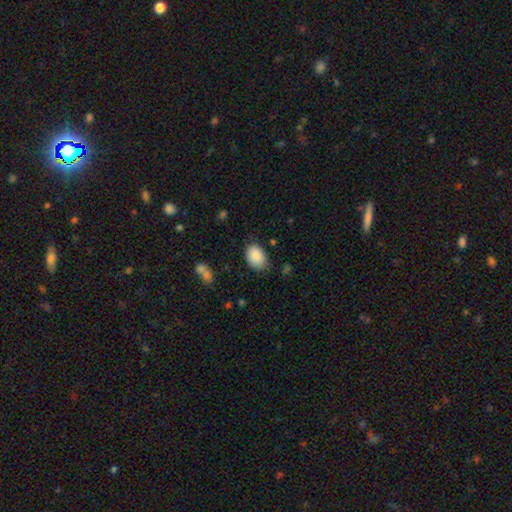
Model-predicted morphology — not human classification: This appears to be a smooth galaxy with no disk features (87%) that is in between round and cigar-shaped (82%). Merging: none (73%).